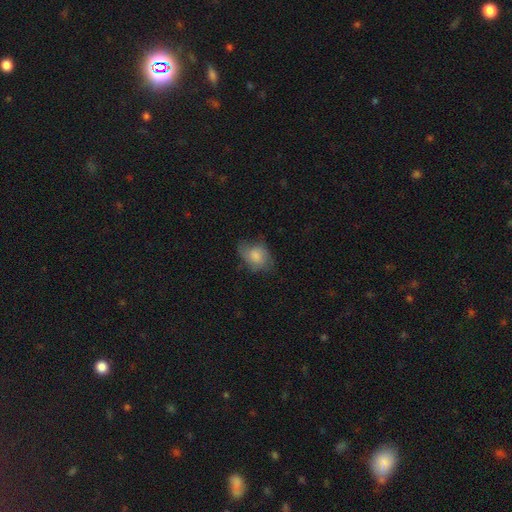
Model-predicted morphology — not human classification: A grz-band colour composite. It shows a smooth galaxy with no disk features (73%) that is in between round and cigar-shaped (78%). Merging: none (53%).